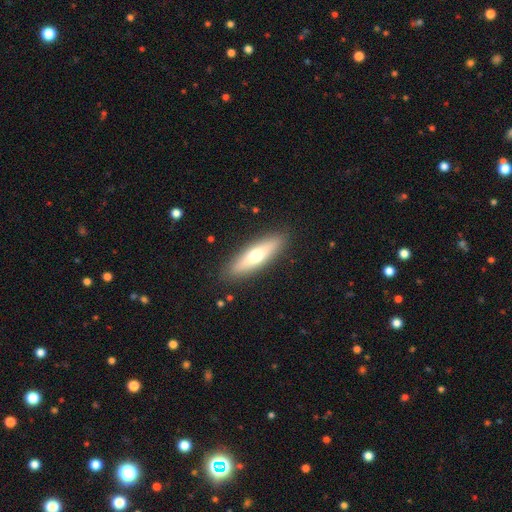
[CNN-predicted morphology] type=smooth (58%); roundness=cigar-shaped (63%); merging=none (89%).